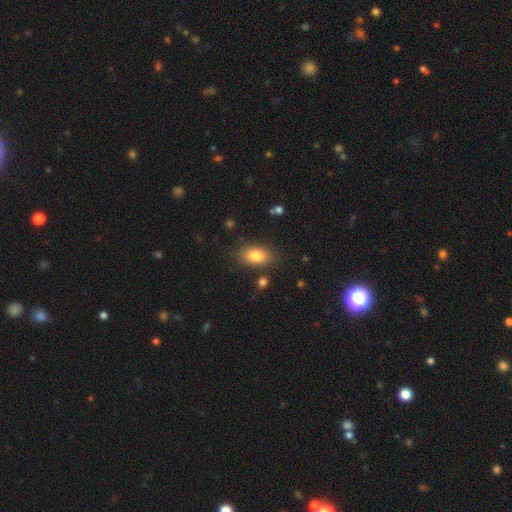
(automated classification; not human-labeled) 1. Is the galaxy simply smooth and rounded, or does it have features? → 83% smooth, 9% featured or disk, 8% star or artifact.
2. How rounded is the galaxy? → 89% in between, 9% round, 3% cigar-shaped.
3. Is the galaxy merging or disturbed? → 82% none, 12% minor disturbance, 3% major disturbance, 3% merger.